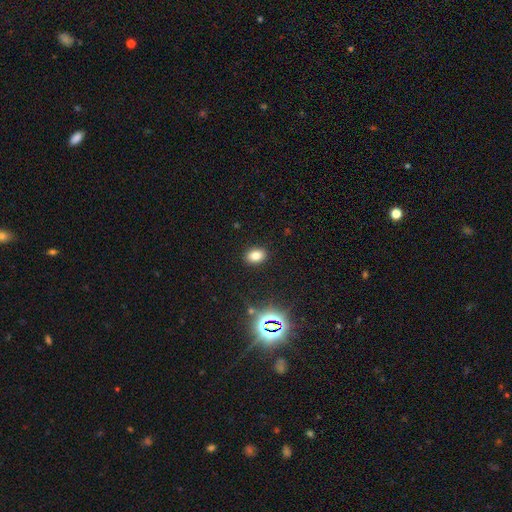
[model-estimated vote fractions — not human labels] smooth-or-featured: smooth: 77% | star or artifact: 16% | featured or disk: 7%
  how-rounded: in between: 77% | round: 22% | cigar-shaped: 1%
  merging: none: 89% | minor disturbance: 7% | major disturbance: 2% | merger: 1%